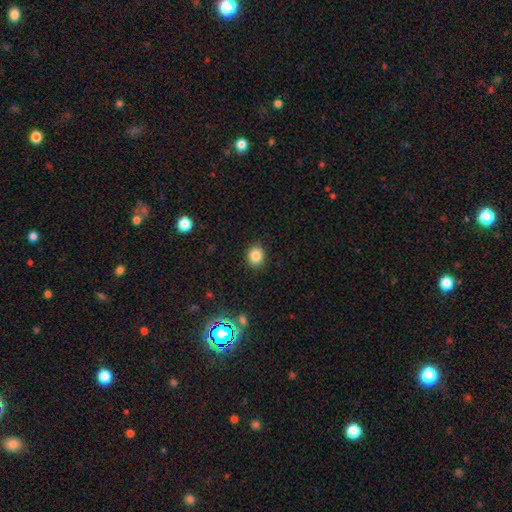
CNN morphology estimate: Q: Smooth or featured?
A: smooth (84%); runner-up: star or artifact (11%)
Q: How rounded?
A: round (68%); runner-up: in between (31%)
Q: Merging?
A: none (89%); runner-up: minor disturbance (7%)